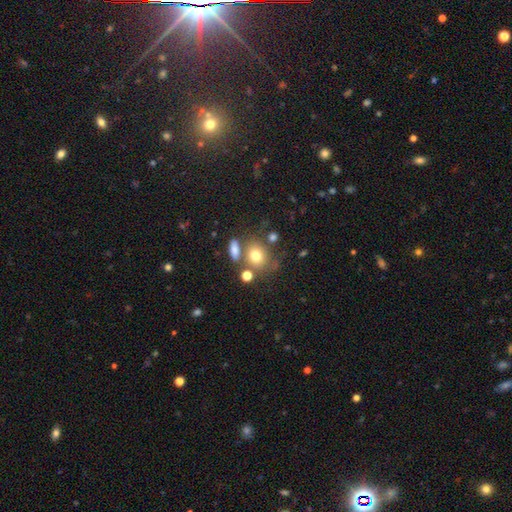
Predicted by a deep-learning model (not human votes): Smooth or featured? Predicted: smooth (p=0.74). How rounded? Predicted: round (p=0.67). Merging? Predicted: none (p=0.57).